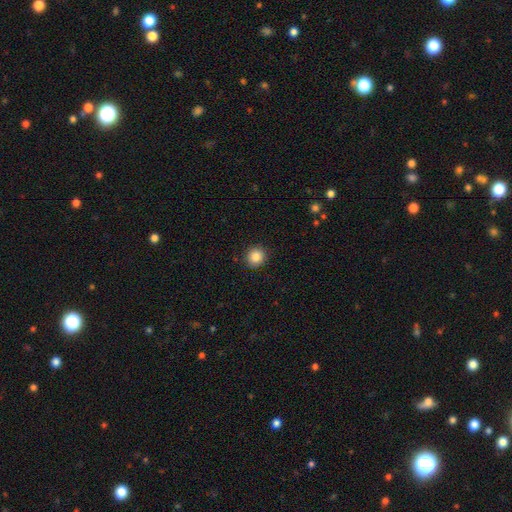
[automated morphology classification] Overall: smooth (86%). How rounded: round (89%). Merging: none (91%).